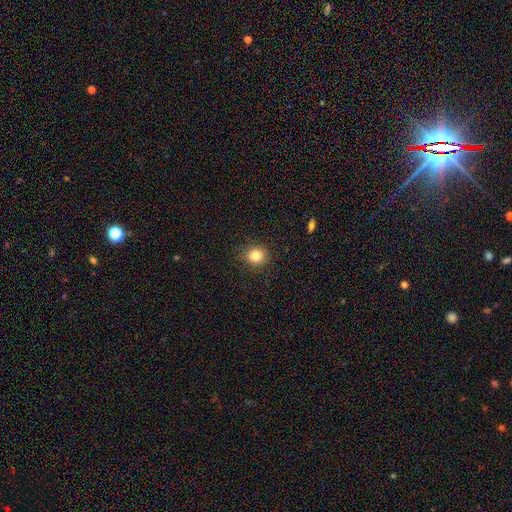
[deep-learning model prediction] Smooth or featured? smooth (83%)
How rounded? round (84%)
Merging? none (88%)